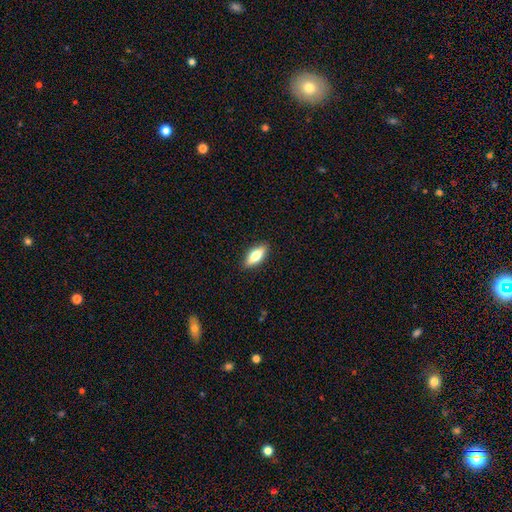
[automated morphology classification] type=smooth (67%); roundness=in between (71%); merging=none (89%).